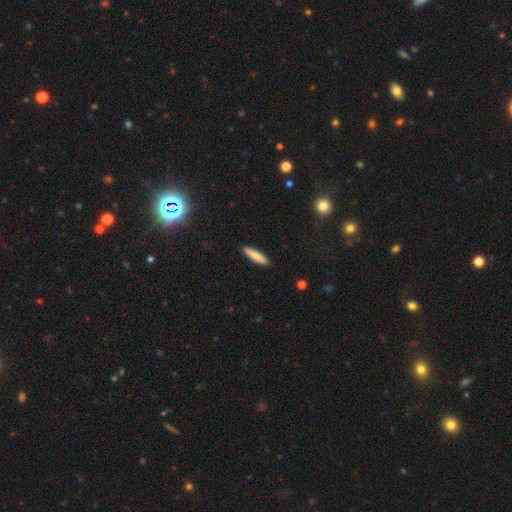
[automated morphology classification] A smooth galaxy with no disk features (73%) that is cigar-shaped (84%). Merging: none (90%).